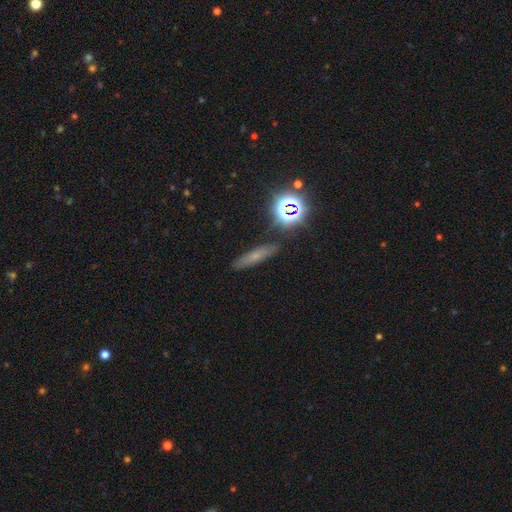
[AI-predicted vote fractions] A smooth galaxy with no disk features (54%) that is cigar-shaped (77%).

Vote fractions:
- Smooth or featured? smooth: 54% / featured or disk: 23% / star or artifact: 23%
- How rounded? cigar-shaped: 77% / in between: 16% / round: 7%
- Merging? none: 86% / minor disturbance: 9% / major disturbance: 3% / merger: 2%